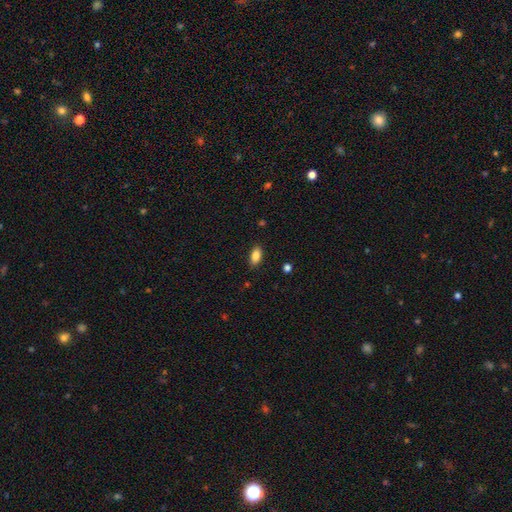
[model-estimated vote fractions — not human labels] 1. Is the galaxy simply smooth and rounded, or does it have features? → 85% smooth, 8% star or artifact, 6% featured or disk.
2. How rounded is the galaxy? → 89% in between, 6% cigar-shaped, 5% round.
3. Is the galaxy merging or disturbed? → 87% none, 10% minor disturbance, 2% major disturbance, 1% merger.